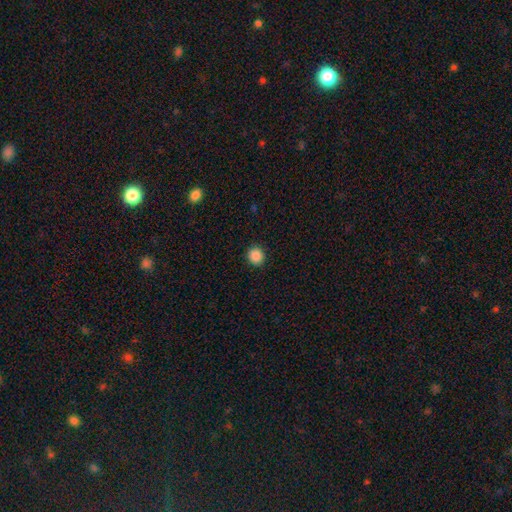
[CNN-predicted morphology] Overall: smooth (88%). How rounded: round (89%). Merging: none (91%).